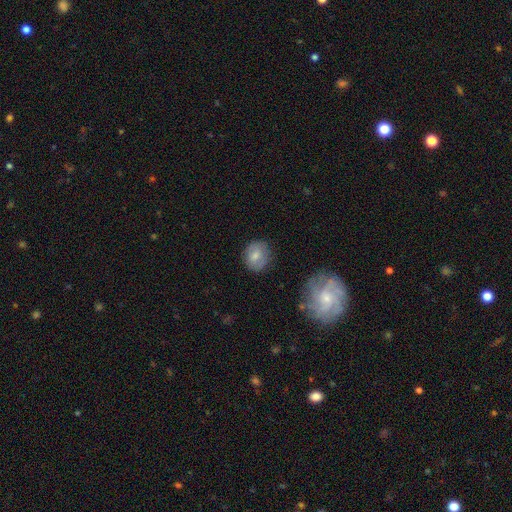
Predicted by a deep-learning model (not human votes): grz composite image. It shows a smooth galaxy with no disk features (73%) that is round (71%). Merging: none (79%).